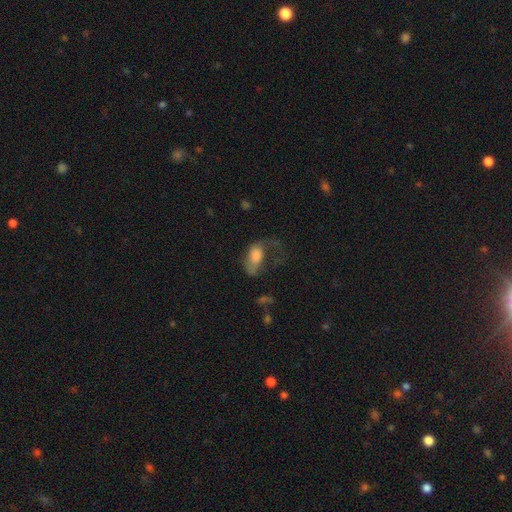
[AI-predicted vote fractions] smooth-or-featured: smooth: 56% | featured or disk: 34% | star or artifact: 10%
  how-rounded: in between: 87% | round: 10% | cigar-shaped: 3%
  merging: major disturbance: 58% | none: 21% | minor disturbance: 17% | merger: 4%